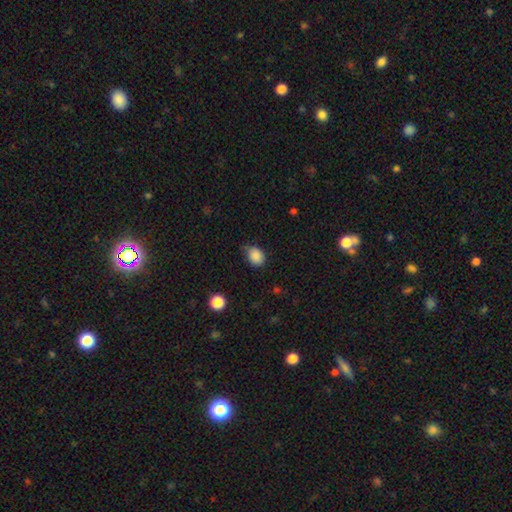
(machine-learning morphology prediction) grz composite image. It shows a smooth galaxy with no disk features (87%) that is in between round and cigar-shaped (58%). Merging: none (61%).